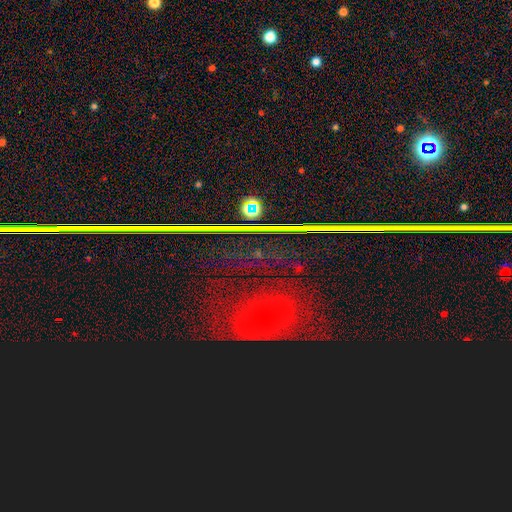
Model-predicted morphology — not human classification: star or artifact 59%, featured or disk 26%, smooth 15%.